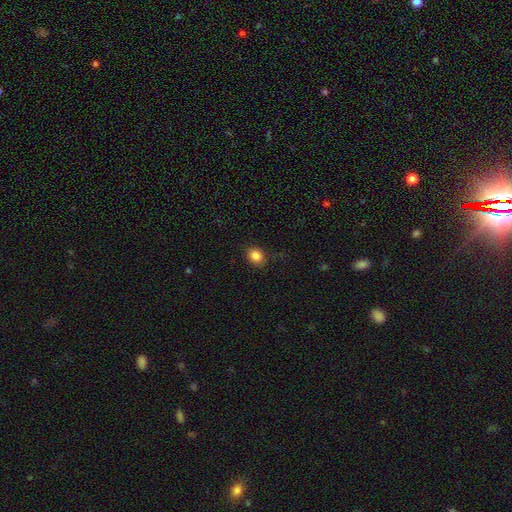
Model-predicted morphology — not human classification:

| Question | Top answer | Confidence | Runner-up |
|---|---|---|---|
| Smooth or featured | smooth | 85% | star or artifact (11%) |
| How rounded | round | 62% | in between (37%) |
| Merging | none | 84% | minor disturbance (12%) |